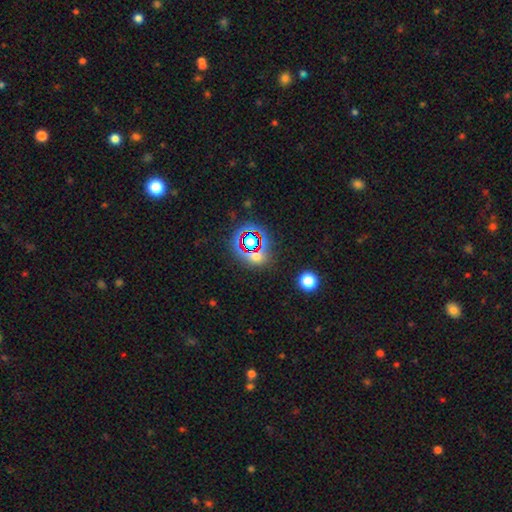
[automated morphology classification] Smooth or featured?
  - star or artifact: 58% *
  - smooth: 32%
  - featured or disk: 10%